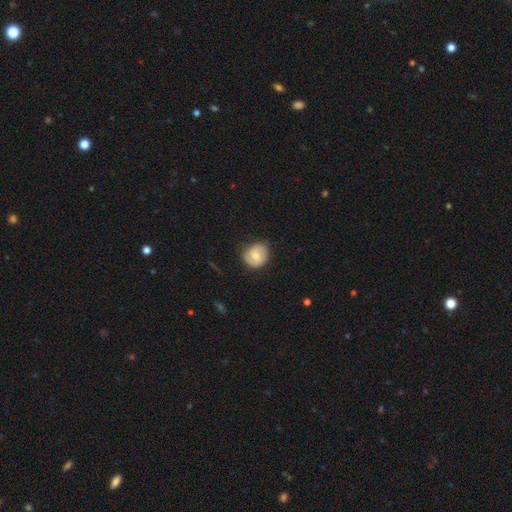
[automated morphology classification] Smooth or featured?
  - smooth: 56% *
  - featured or disk: 37%
  - star or artifact: 7%
How rounded?
  - round: 76% *
  - in between: 23%
  - cigar-shaped: 1%
Merging?
  - none: 69% *
  - minor disturbance: 23%
  - major disturbance: 6%
  - merger: 1%